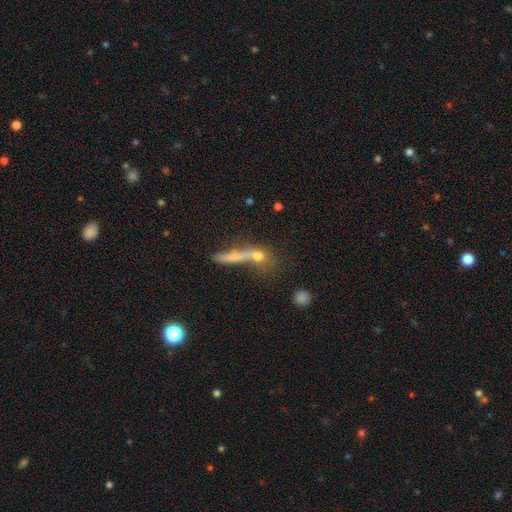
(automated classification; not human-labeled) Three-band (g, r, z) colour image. It shows a smooth galaxy with no disk features (50%). Merging: none (44%).